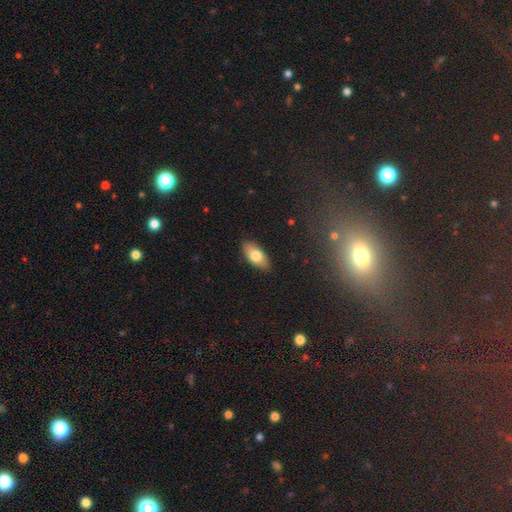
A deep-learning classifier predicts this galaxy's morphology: This is likely a smooth galaxy (75%). How rounded: clearly in between (88%). Merging: clearly none (88%).